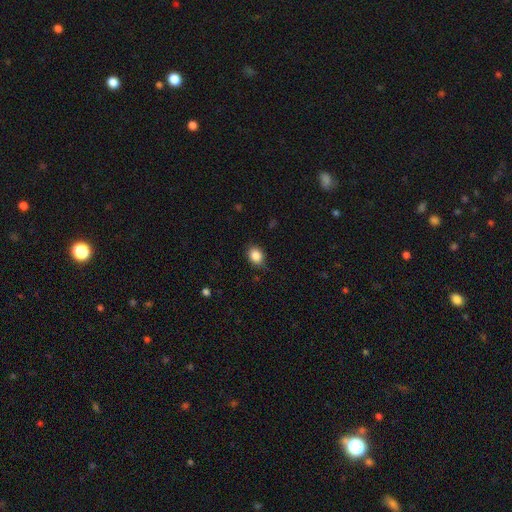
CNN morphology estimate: A smooth galaxy with no disk features (85%) that is in between round and cigar-shaped (53%).

Vote fractions:
- Smooth or featured? smooth: 85% / star or artifact: 9% / featured or disk: 5%
- How rounded? in between: 53% / round: 46% / cigar-shaped: 1%
- Merging? none: 76% / minor disturbance: 20% / major disturbance: 3% / merger: 1%